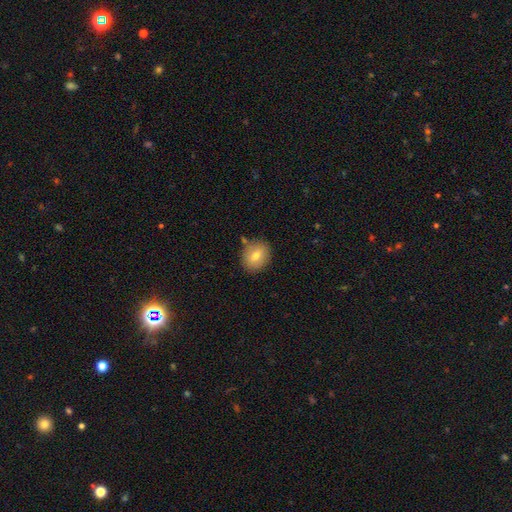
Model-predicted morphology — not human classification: Smooth or featured?
  - smooth: 74% *
  - featured or disk: 17%
  - star or artifact: 9%
How rounded?
  - round: 65% *
  - in between: 34%
  - cigar-shaped: 1%
Merging?
  - none: 81% *
  - minor disturbance: 12%
  - merger: 5%
  - major disturbance: 3%